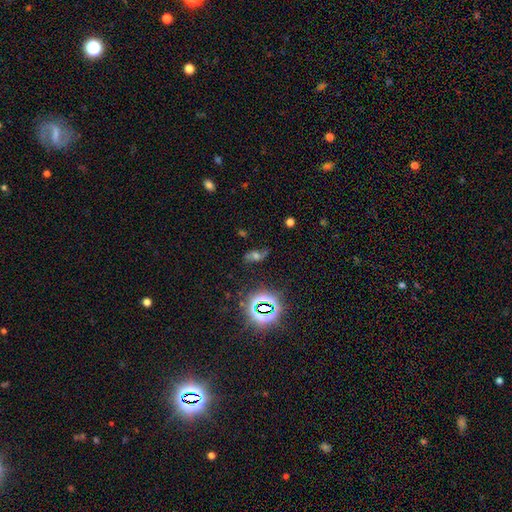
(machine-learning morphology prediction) Smooth or featured?
  - featured or disk: 39% *
  - star or artifact: 37%
  - smooth: 24%
Merging?
  - none: 67% *
  - minor disturbance: 19%
  - major disturbance: 11%
  - merger: 3%